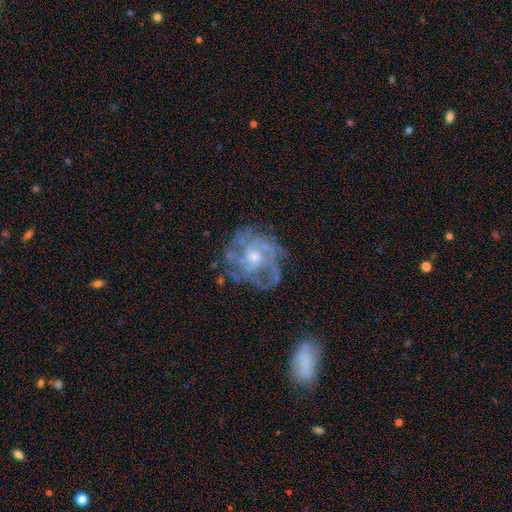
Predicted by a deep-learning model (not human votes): smooth-or-featured: featured or disk: 81% | smooth: 10% | star or artifact: 8%
  disk-edge-on: no: 97% | yes: 3%
    bar: no: 72% | weak: 24% | strong: 4%
    has-spiral-arms: yes: 85% | no: 15%
      spiral-winding: tight: 52% | medium: 36% | loose: 12%
      spiral-arm-count: can't tell: 39% | 3: 18% | 4: 17% | 2: 11% | more than 4: 8% | 1: 6%
    bulge-size: moderate: 53% | small: 40% | large: 3% | none: 3% | dominant: 1%
  merging: none: 67% | minor disturbance: 18% | major disturbance: 13% | merger: 2%